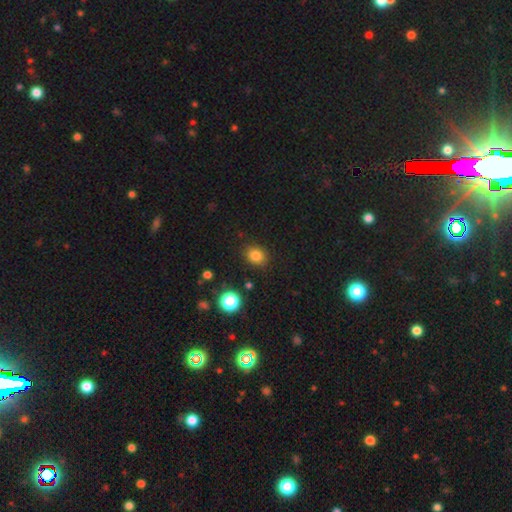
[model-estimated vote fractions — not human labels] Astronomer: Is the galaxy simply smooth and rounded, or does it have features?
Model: smooth — 82%.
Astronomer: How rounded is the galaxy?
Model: round — 64%.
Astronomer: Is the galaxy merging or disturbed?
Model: none — 87%.